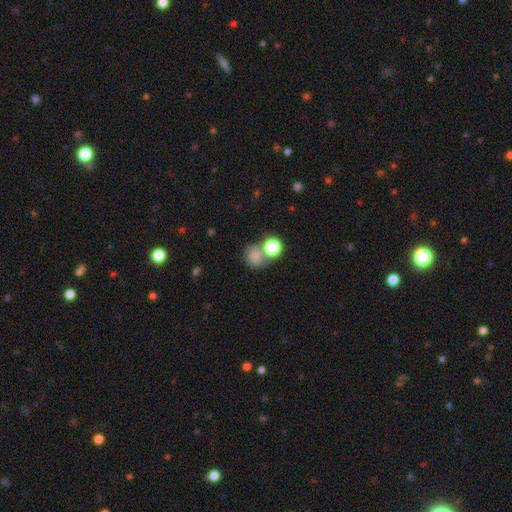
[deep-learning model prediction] This is likely a smooth galaxy (76%). How rounded: likely round (78%). Merging: possibly none (45%).